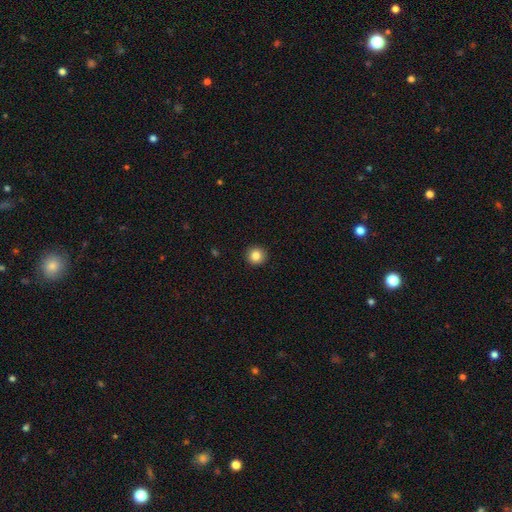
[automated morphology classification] Q: Smooth or featured?
A: smooth (85%); runner-up: star or artifact (10%)
Q: How rounded?
A: round (94%); runner-up: in between (5%)
Q: Merging?
A: none (92%); runner-up: minor disturbance (5%)